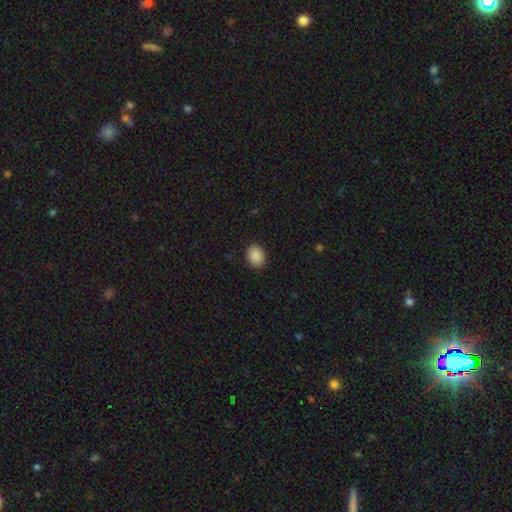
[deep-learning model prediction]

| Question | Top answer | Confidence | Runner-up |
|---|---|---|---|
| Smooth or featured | smooth | 89% | star or artifact (8%) |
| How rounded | in between | 58% | round (41%) |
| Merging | none | 89% | minor disturbance (8%) |